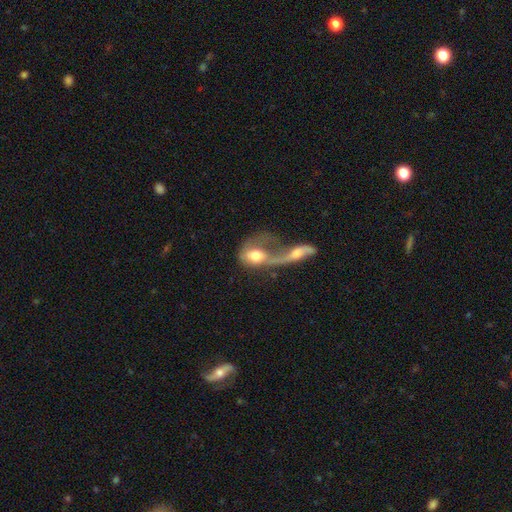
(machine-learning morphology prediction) This is possibly a smooth galaxy (51%). How rounded: likely in between (71%). Merging: likely merger (66%).